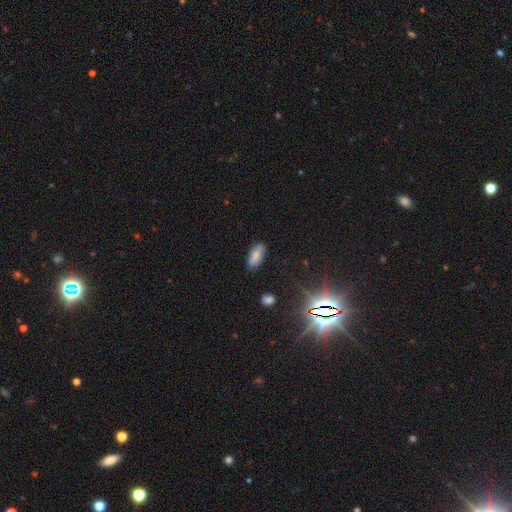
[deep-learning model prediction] A smooth galaxy with no disk features (80%) that is in between round and cigar-shaped (83%). Merging: none (82%).